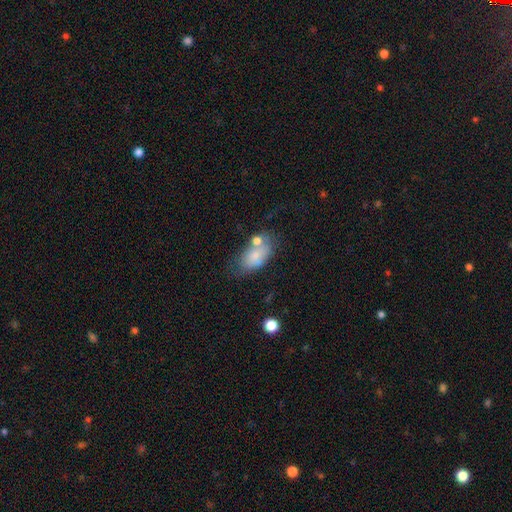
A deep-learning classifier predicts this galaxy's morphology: Smooth or featured?
  - smooth: 72% *
  - featured or disk: 19%
  - star or artifact: 9%
How rounded?
  - in between: 90% *
  - round: 7%
  - cigar-shaped: 3%
Merging?
  - none: 46% *
  - minor disturbance: 24%
  - merger: 20%
  - major disturbance: 11%